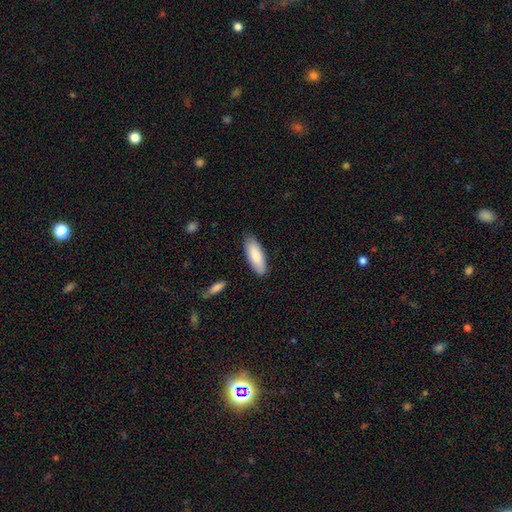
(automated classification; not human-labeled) Smooth or featured: smooth — 85% (featured or disk — 9%)
How rounded: in between — 66% (cigar-shaped — 32%)
Merging: none — 85% (minor disturbance — 11%)